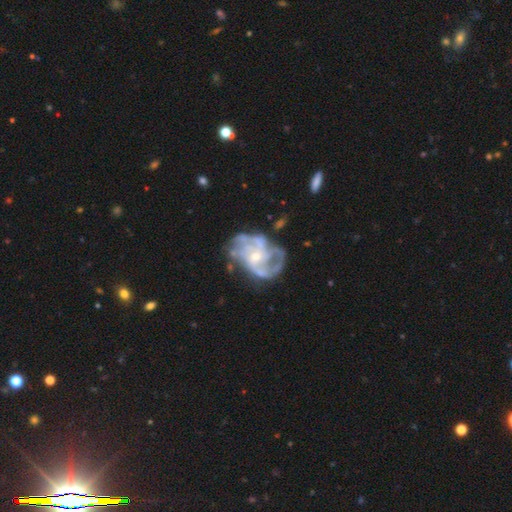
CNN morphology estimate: The model was most divided on "spiral arm count": can't tell: 28%, 3: 24%, 2: 24%, 4: 12%, 1: 6%, more than 4: 6%. Remaining: edge-on disk — no (98%); spiral arms — yes (89%); smooth or featured — featured or disk (86%); bar — no (64%); bulge size — small (57%); merging — none (54%); spiral winding — medium (47%).